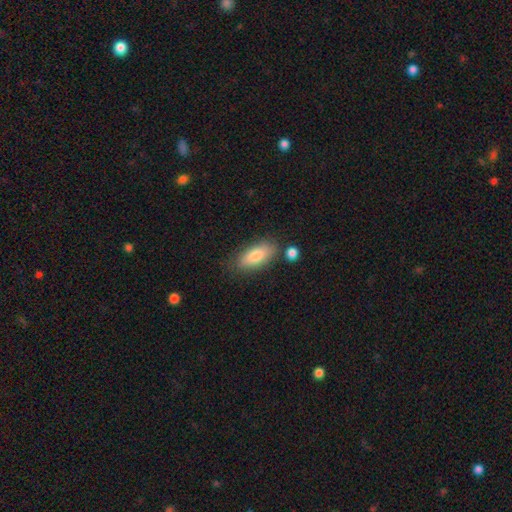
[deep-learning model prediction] Morphology: type=smooth (81%); roundness=in between (82%); merging=none (76%).